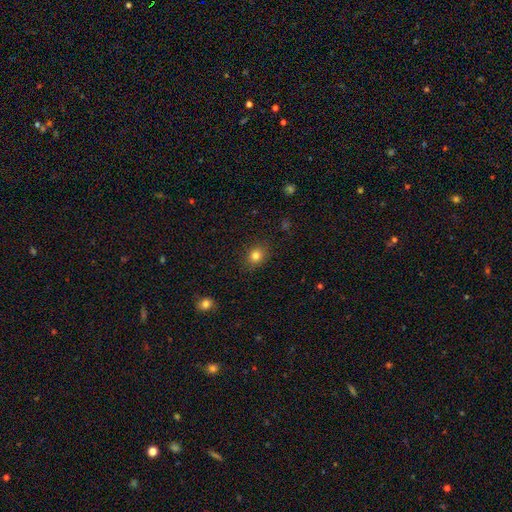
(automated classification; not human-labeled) smooth-or-featured: smooth: 82% | star or artifact: 12% | featured or disk: 6%
  how-rounded: round: 63% | in between: 36% | cigar-shaped: 1%
  merging: none: 87% | minor disturbance: 10% | major disturbance: 3% | merger: 1%